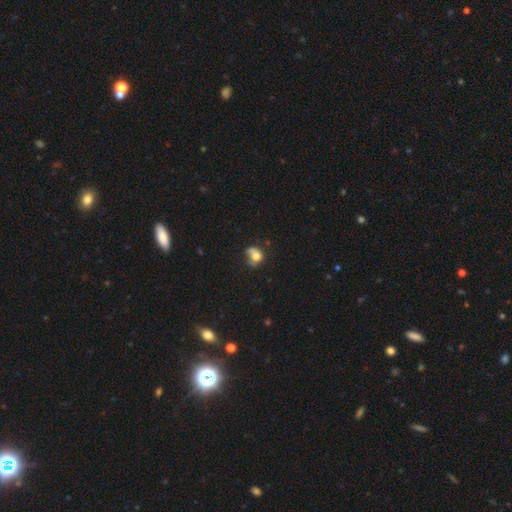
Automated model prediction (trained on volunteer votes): This is likely a smooth galaxy (66%). How rounded: possibly round (58%). Merging: marginally none (35%).